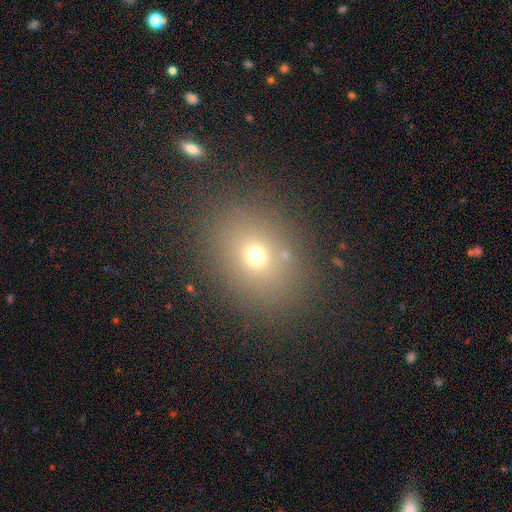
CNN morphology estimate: Smooth or featured: smooth — 67% (star or artifact — 21%)
How rounded: round — 53% (in between — 46%)
Merging: none — 83% (minor disturbance — 10%)